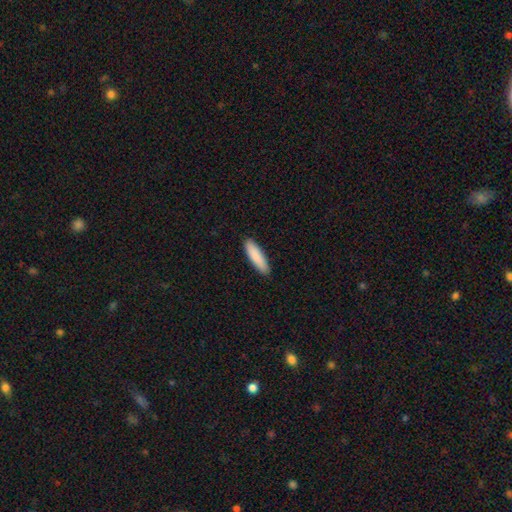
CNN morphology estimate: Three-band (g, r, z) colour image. It shows a smooth galaxy with no disk features (88%) that is cigar-shaped (69%). Merging: none (91%).